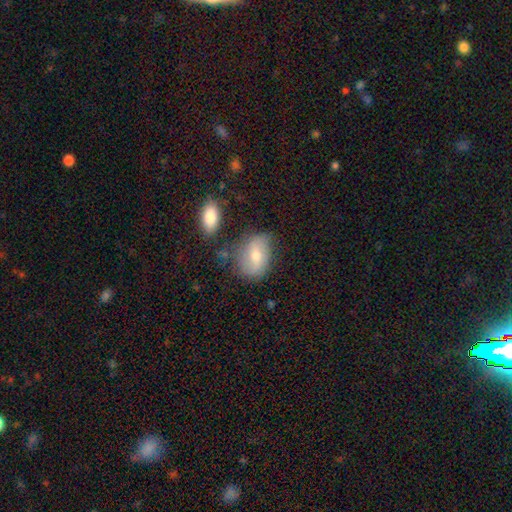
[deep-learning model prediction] Overall: smooth (54%; featured or disk 37%). How rounded: in between (74%). Merging: none (63%; minor disturbance 24%).